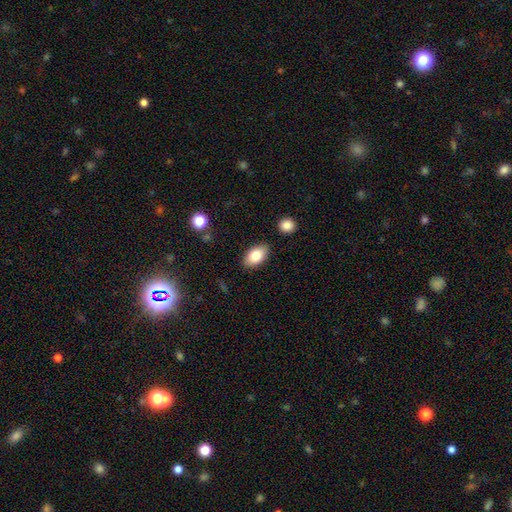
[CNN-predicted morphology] A smooth galaxy with no disk features (82%) that is in between round and cigar-shaped (92%).

Vote fractions:
- Smooth or featured? smooth: 82% / featured or disk: 11% / star or artifact: 7%
- How rounded? in between: 92% / round: 6% / cigar-shaped: 2%
- Merging? none: 86% / minor disturbance: 9% / major disturbance: 2% / merger: 2%